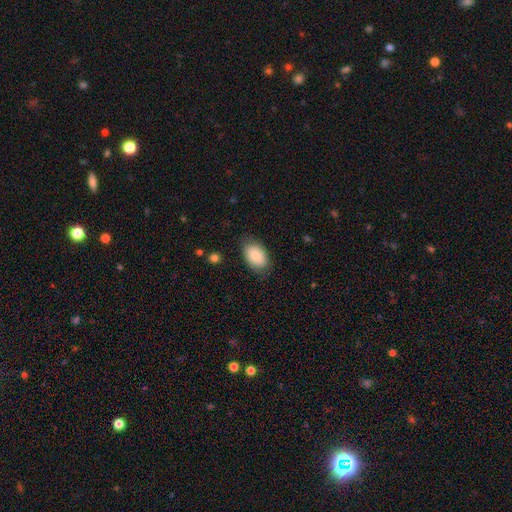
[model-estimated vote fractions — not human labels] A smooth galaxy with no disk features (82%) that is in between round and cigar-shaped (90%).

Vote fractions:
- Smooth or featured? smooth: 82% / featured or disk: 11% / star or artifact: 6%
- How rounded? in between: 90% / round: 8% / cigar-shaped: 1%
- Merging? none: 76% / minor disturbance: 18% / major disturbance: 5% / merger: 1%